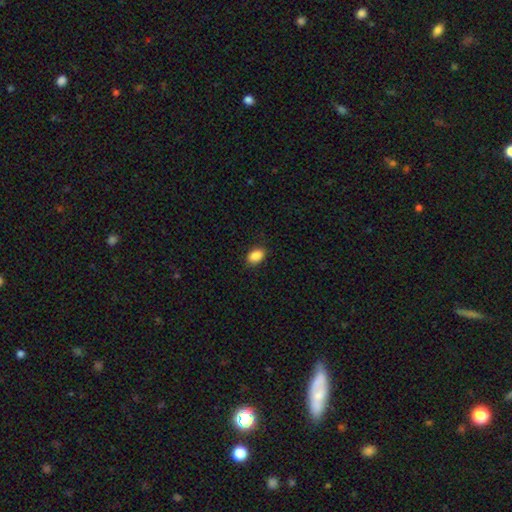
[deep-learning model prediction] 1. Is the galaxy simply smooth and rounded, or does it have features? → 89% smooth, 8% star or artifact, 3% featured or disk.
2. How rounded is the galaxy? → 86% in between, 13% round, 1% cigar-shaped.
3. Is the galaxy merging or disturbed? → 88% none, 9% minor disturbance, 2% major disturbance, 1% merger.